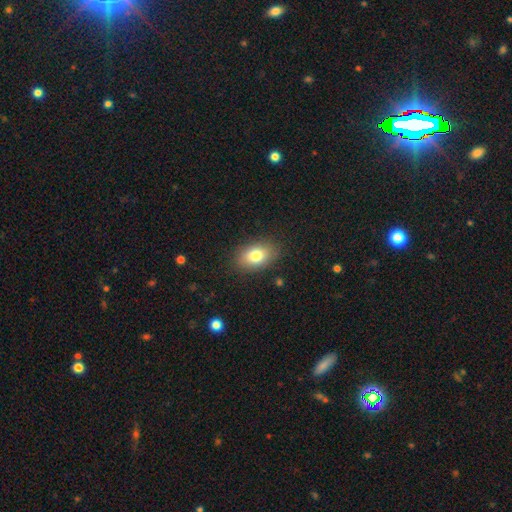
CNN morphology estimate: A smooth galaxy with no disk features (80%) that is in between round and cigar-shaped (84%). Merging: none (86%).